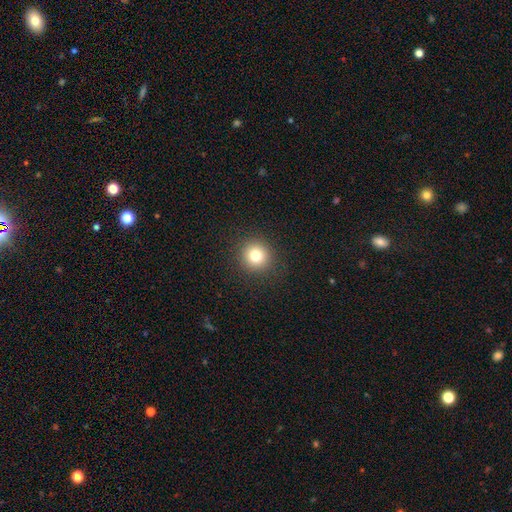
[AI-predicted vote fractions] Q: Smooth or featured?
A: smooth (79%); runner-up: star or artifact (13%)
Q: How rounded?
A: round (93%); runner-up: in between (6%)
Q: Merging?
A: none (91%); runner-up: minor disturbance (6%)